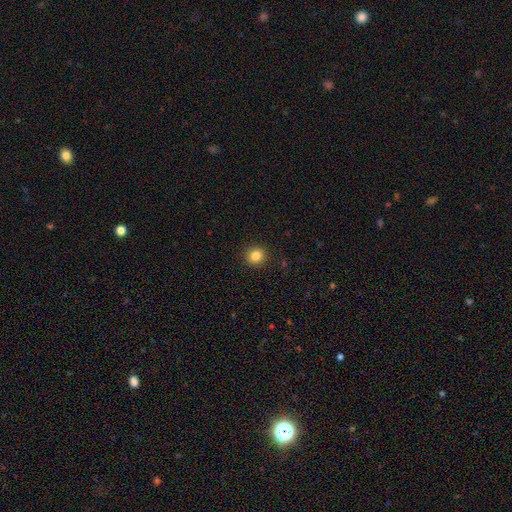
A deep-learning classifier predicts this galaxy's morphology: The model was most divided on "smooth or featured": smooth: 84%, star or artifact: 11%, featured or disk: 5%. More confident: merging — none (92%); how rounded — round (91%).